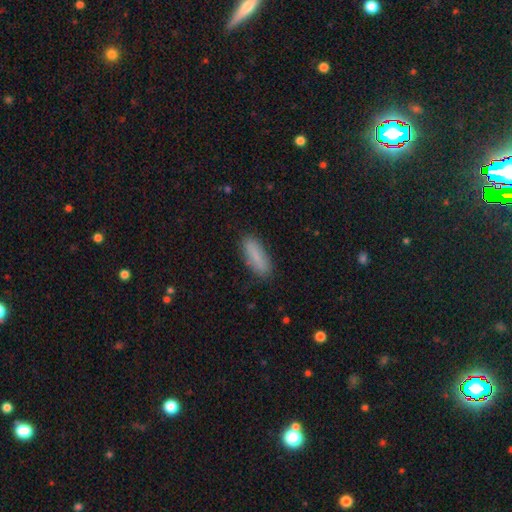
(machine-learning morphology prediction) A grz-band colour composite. It shows a smooth galaxy with no disk features (83%) that is in between round and cigar-shaped (50%). Merging: none (85%).